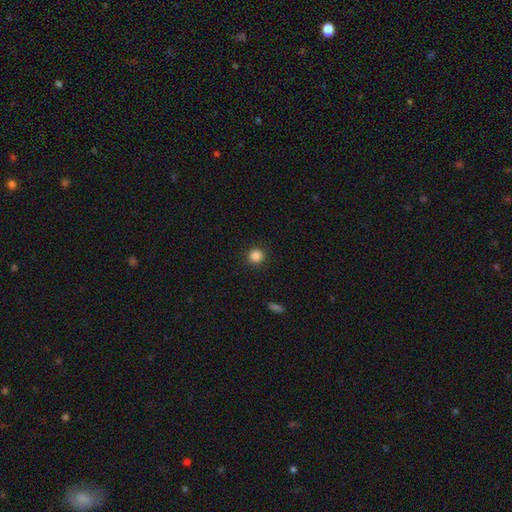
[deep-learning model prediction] Morphology: type=smooth (86%); roundness=round (94%); merging=none (91%).